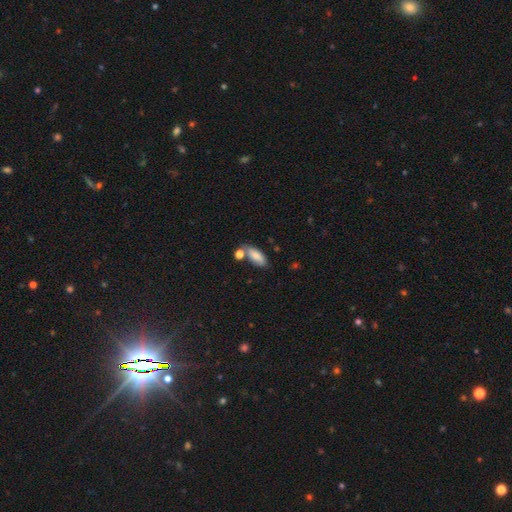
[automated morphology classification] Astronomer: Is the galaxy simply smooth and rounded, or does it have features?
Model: smooth — 82%.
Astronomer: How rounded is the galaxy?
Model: in between — 84%.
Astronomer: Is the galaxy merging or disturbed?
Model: none — 59%.